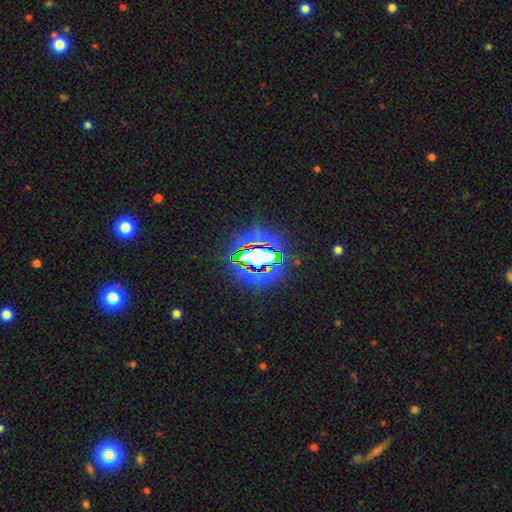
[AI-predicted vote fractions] A star or artifact, not a galaxy (73%).

Vote fractions:
- Smooth or featured? star or artifact: 73% / smooth: 16% / featured or disk: 11%